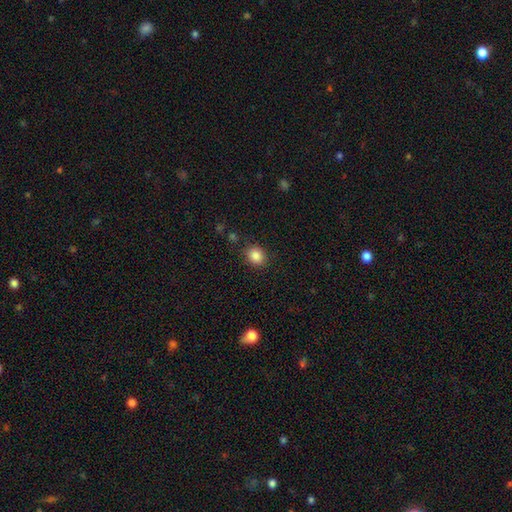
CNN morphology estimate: Smooth or featured: smooth — 86% (star or artifact — 10%)
How rounded: round — 59% (in between — 41%)
Merging: none — 84% (minor disturbance — 10%)